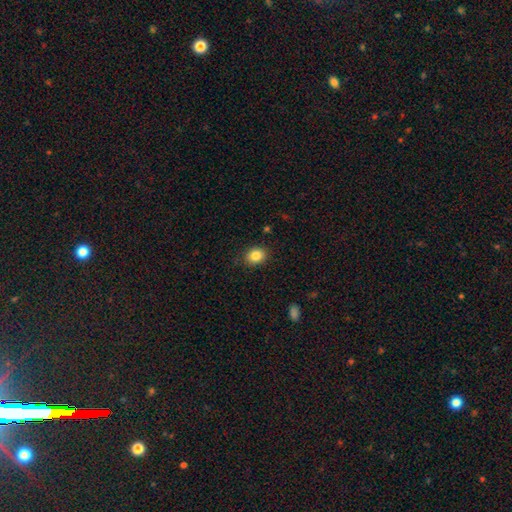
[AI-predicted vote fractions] A smooth galaxy with no disk features (85%) that is round (58%). Merging: none (86%).